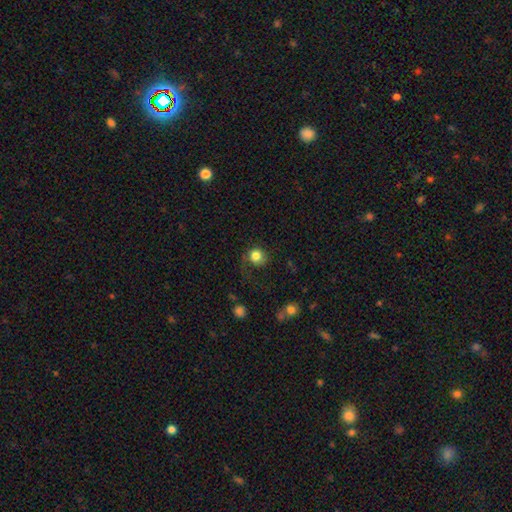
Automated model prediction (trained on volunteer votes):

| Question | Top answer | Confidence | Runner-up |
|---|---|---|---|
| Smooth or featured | smooth | 82% | featured or disk (9%) |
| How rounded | round | 86% | in between (13%) |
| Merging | none | 58% | major disturbance (20%) |